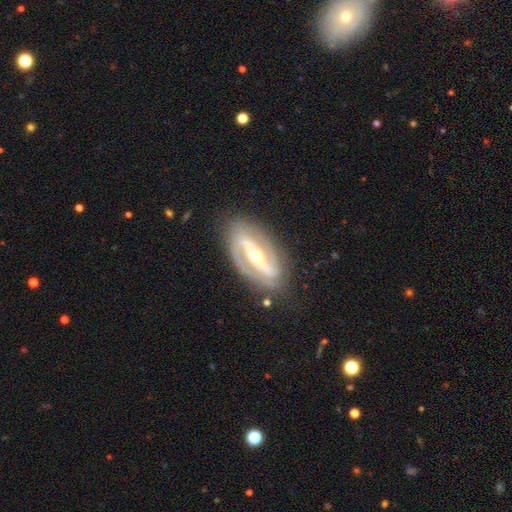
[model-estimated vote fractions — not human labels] The model was most divided on "spiral winding": medium: 45%, tight: 35%, loose: 20%. More confident: edge-on disk — no (93%); spiral arm count — 2 (91%); spiral arms — yes (90%); smooth or featured — featured or disk (89%); merging — none (82%); bulge size — moderate (68%); bar — strong (67%).